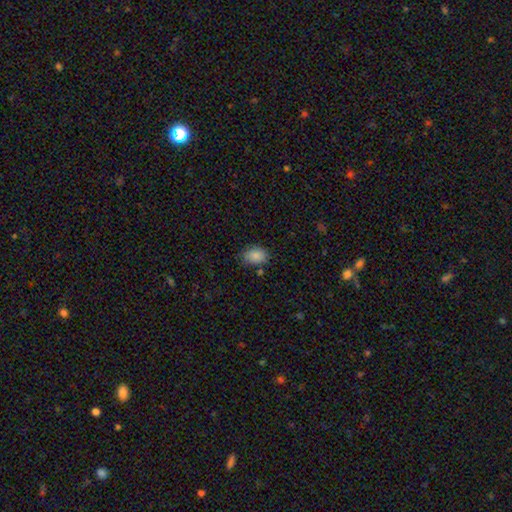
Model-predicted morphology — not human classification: This appears to be a smooth galaxy with no disk features (87%) that is in between round and cigar-shaped (79%). Merging: none (73%).